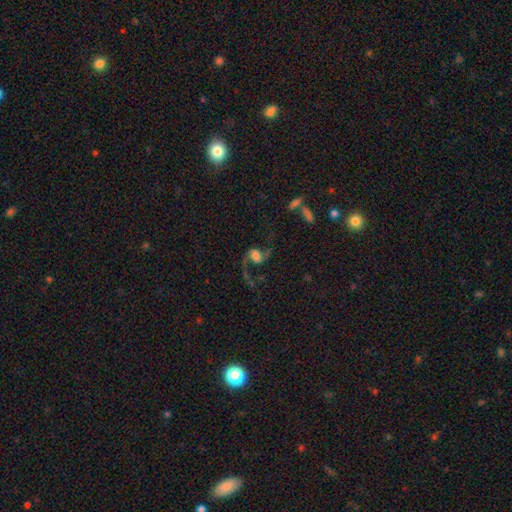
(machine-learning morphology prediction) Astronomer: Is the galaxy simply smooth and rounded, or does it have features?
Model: featured or disk — 83%.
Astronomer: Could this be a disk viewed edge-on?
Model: no — 97%.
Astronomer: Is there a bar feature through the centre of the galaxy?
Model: no — 45% (runner-up: weak, 39%).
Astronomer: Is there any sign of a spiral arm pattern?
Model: yes — 96%.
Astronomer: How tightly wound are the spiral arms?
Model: loose — 80%.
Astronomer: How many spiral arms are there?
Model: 2 — 92%.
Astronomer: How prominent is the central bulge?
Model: moderate — 38% (runner-up: large, 32%).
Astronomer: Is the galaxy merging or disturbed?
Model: none — 66%.